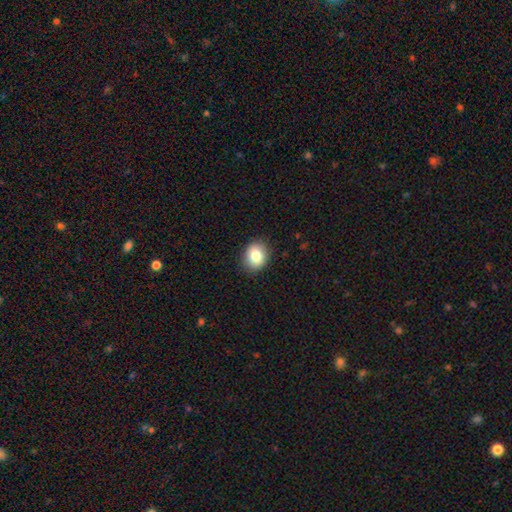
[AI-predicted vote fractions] Q: Smooth or featured?
A: smooth (82%); runner-up: featured or disk (10%)
Q: How rounded?
A: round (54%); runner-up: in between (45%)
Q: Merging?
A: none (89%); runner-up: minor disturbance (8%)